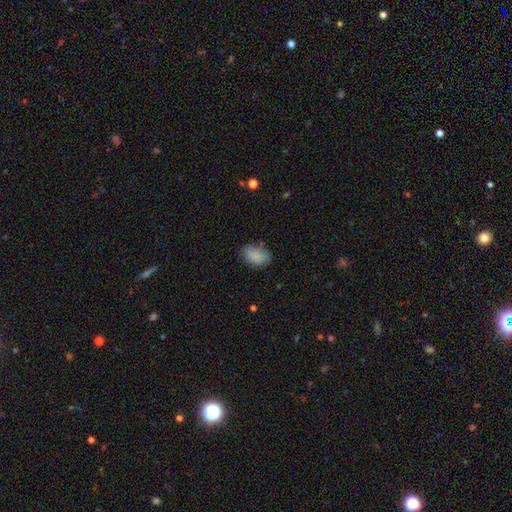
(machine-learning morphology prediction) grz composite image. It shows a smooth galaxy with no disk features (84%) that is in between round and cigar-shaped (84%). Merging: none (72%).